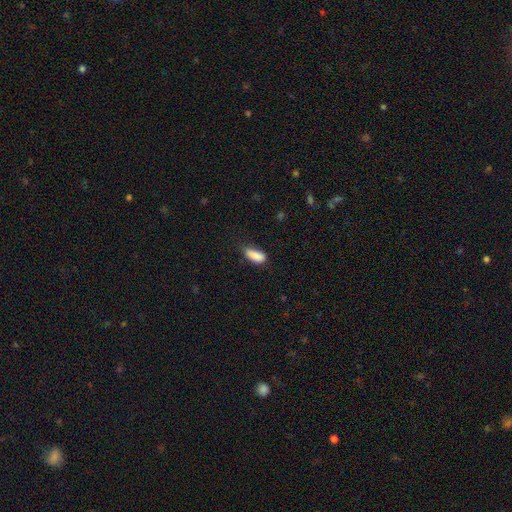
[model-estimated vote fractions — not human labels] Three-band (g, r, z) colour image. It shows a smooth galaxy with no disk features (88%) that is in between round and cigar-shaped (81%). Merging: none (62%).